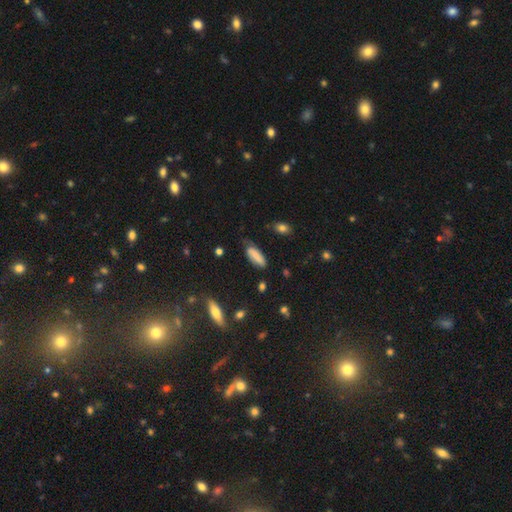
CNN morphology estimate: The model was most divided on "merging": none: 58%, minor disturbance: 30%, major disturbance: 9%, merger: 3%. More confident: smooth or featured — smooth (73%); how rounded — in between (71%).